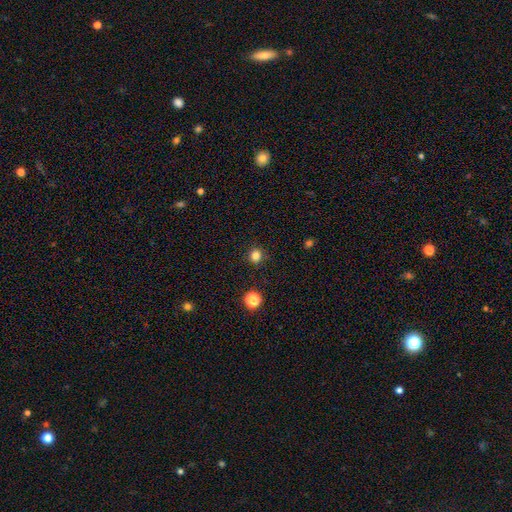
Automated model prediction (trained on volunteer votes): smooth-or-featured: smooth: 82% | star or artifact: 14% | featured or disk: 4%
  how-rounded: round: 91% | in between: 8% | cigar-shaped: 1%
  merging: none: 91% | minor disturbance: 6% | major disturbance: 2% | merger: 1%